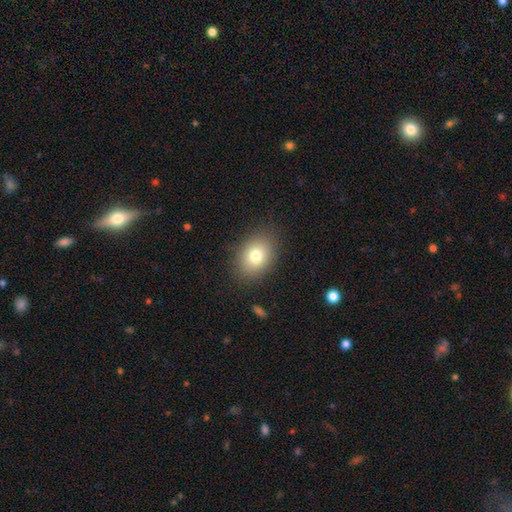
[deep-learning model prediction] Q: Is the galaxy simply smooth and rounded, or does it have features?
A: smooth — 79%.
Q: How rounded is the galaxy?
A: in between — 70%.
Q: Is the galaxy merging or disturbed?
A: none — 84%.